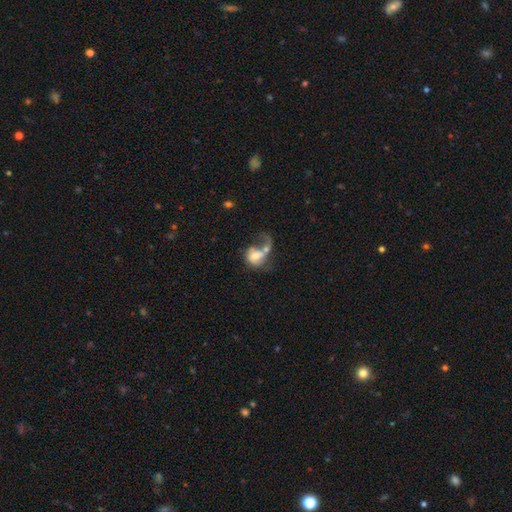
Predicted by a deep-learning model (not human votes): smooth_or_featured: featured or disk (p=0.47) [alt: smooth p=0.44]
merging: merger (p=0.48) [alt: major disturbance p=0.28]